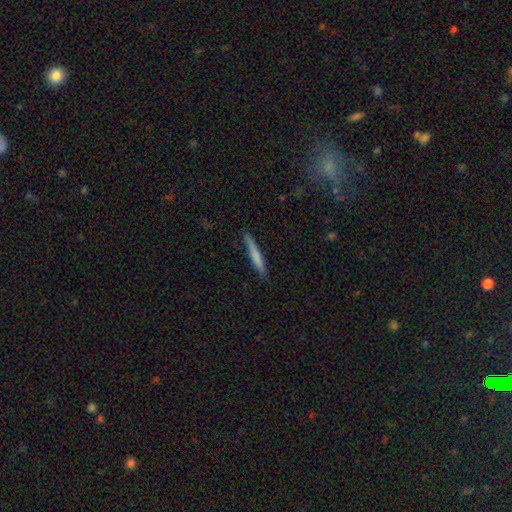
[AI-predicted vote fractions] smooth 71%, featured or disk 23%, star or artifact 6%. Down the decision tree: how rounded — cigar-shaped (96%); merging — none (89%).